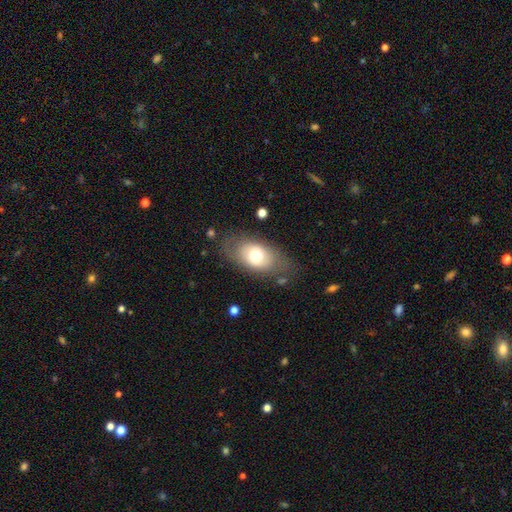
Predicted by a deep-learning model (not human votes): This is likely a smooth galaxy (65%). How rounded: clearly in between (87%). Merging: likely none (73%).